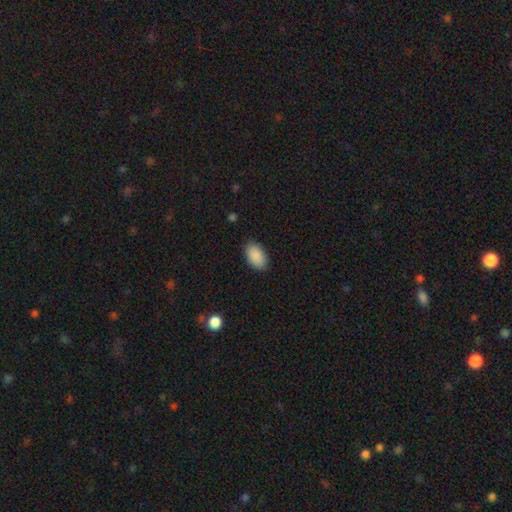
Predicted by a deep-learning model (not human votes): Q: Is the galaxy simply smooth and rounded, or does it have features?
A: smooth — 90%.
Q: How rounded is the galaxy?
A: in between — 94%.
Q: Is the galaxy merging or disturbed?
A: none — 87%.